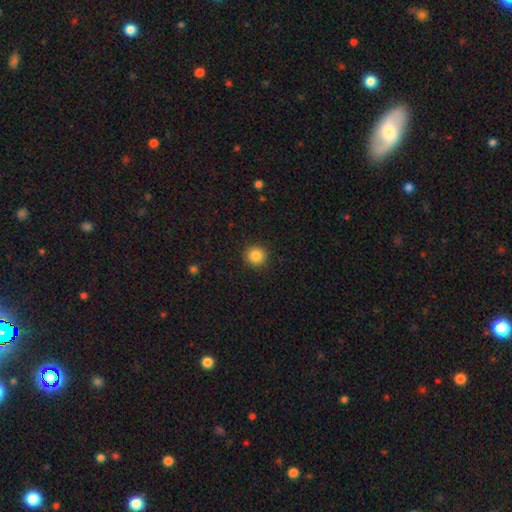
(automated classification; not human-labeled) This is clearly a smooth galaxy (85%). How rounded: clearly round (93%). Merging: clearly none (91%).